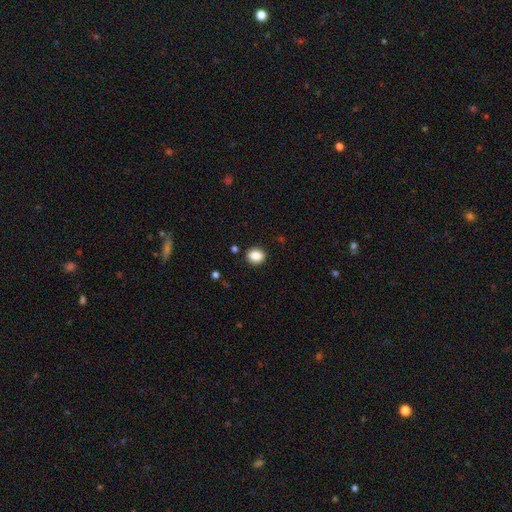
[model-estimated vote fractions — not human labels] Smooth or featured? Predicted: smooth (p=0.87). How rounded? Predicted: round (p=0.58). Merging? Predicted: none (p=0.89).